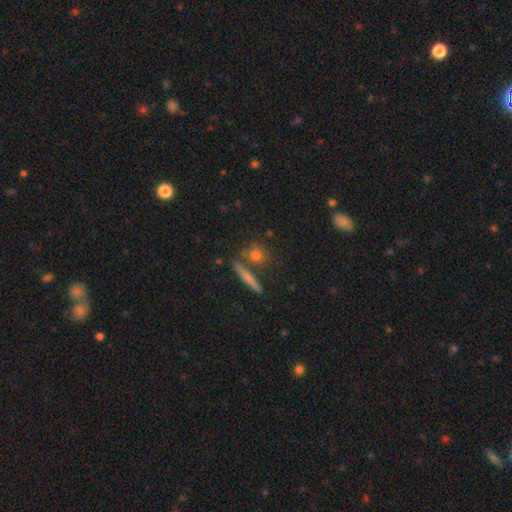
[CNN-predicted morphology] The model was most divided on "how rounded": round: 56%, cigar-shaped: 24%, in between: 20%. More confident: merging — none (72%); smooth or featured — smooth (63%).